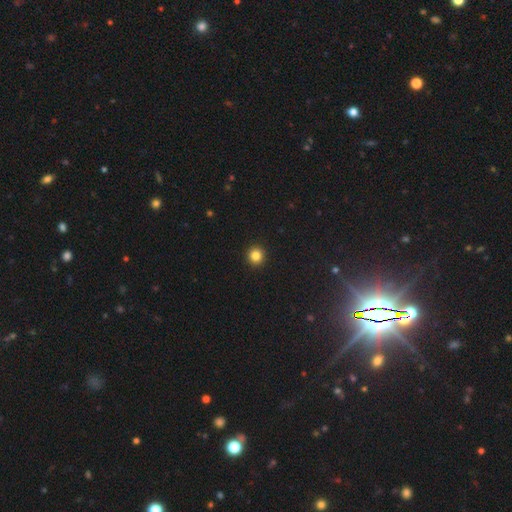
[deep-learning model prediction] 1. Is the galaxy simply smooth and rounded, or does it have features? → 84% smooth, 12% star or artifact, 4% featured or disk.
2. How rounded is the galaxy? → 94% round, 5% in between, 1% cigar-shaped.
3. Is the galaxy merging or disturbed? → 94% none, 4% minor disturbance, 1% major disturbance, 1% merger.